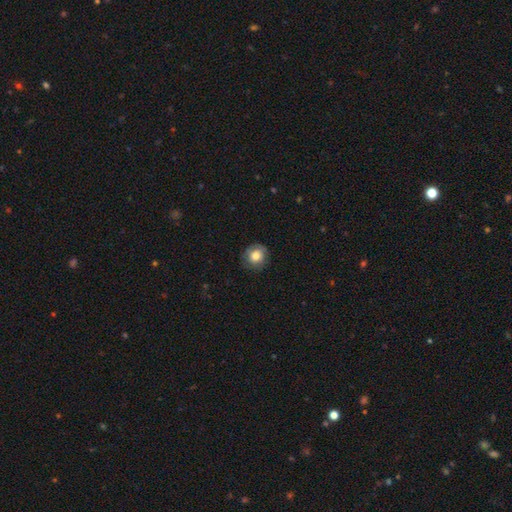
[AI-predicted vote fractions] A smooth galaxy with no disk features (73%) that is round (84%).

Vote fractions:
- Smooth or featured? smooth: 73% / featured or disk: 18% / star or artifact: 9%
- How rounded? round: 84% / in between: 15% / cigar-shaped: 1%
- Merging? none: 77% / minor disturbance: 17% / major disturbance: 5% / merger: 1%